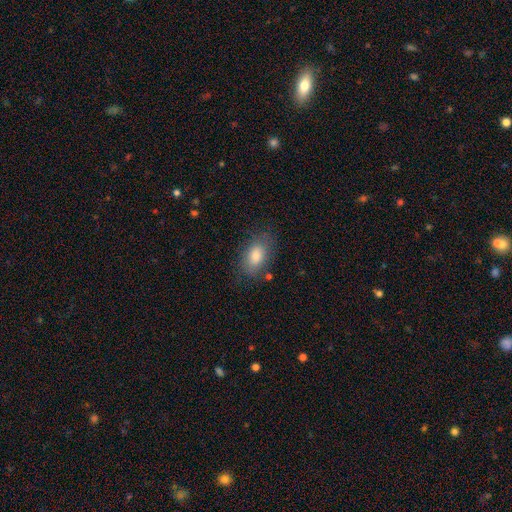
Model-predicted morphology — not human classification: smooth-or-featured: smooth: 78% | featured or disk: 14% | star or artifact: 8%
  how-rounded: in between: 89% | round: 9% | cigar-shaped: 2%
  merging: none: 77% | minor disturbance: 16% | major disturbance: 5% | merger: 2%